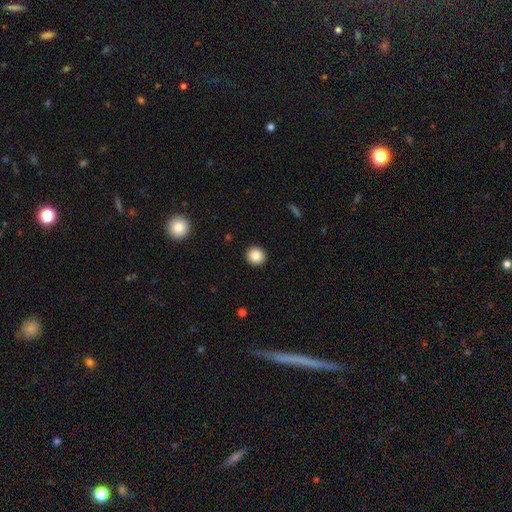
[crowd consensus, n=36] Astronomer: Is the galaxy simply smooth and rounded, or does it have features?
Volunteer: smooth — 94%.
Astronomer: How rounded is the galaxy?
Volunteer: round — 88%.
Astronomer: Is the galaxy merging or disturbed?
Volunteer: none — 100%.